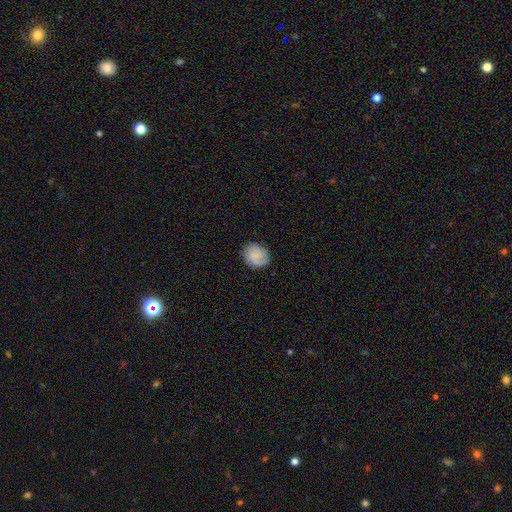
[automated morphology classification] Smooth or featured? smooth (76%)
How rounded? round (62%)
Merging? none (82%)